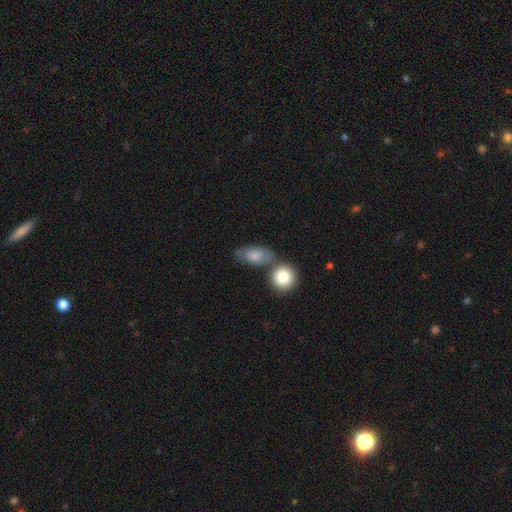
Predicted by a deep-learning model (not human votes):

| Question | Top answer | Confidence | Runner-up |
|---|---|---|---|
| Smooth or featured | smooth | 81% | featured or disk (12%) |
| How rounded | in between | 81% | round (13%) |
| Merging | none | 45% | merger (32%) |